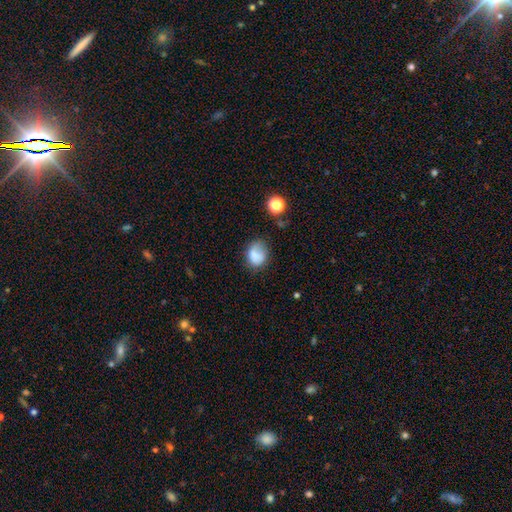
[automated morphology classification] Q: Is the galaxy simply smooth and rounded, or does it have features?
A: smooth — 78%.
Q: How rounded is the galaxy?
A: round — 53%.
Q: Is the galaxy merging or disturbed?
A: none — 56%.